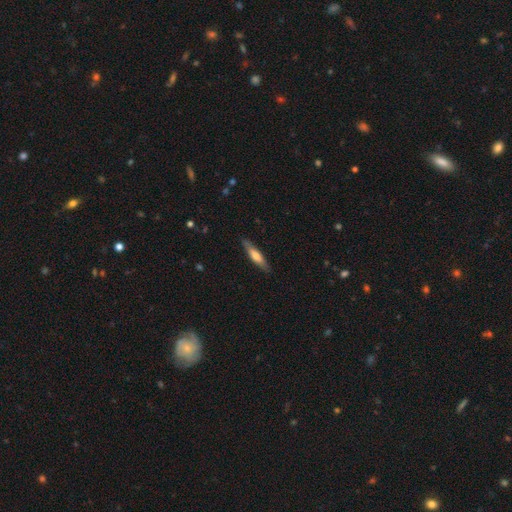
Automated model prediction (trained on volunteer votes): Smooth or featured?
  - smooth: 56% *
  - featured or disk: 39%
  - star or artifact: 6%
How rounded?
  - cigar-shaped: 81% *
  - in between: 17%
  - round: 2%
Merging?
  - none: 85% *
  - minor disturbance: 11%
  - major disturbance: 2%
  - merger: 1%